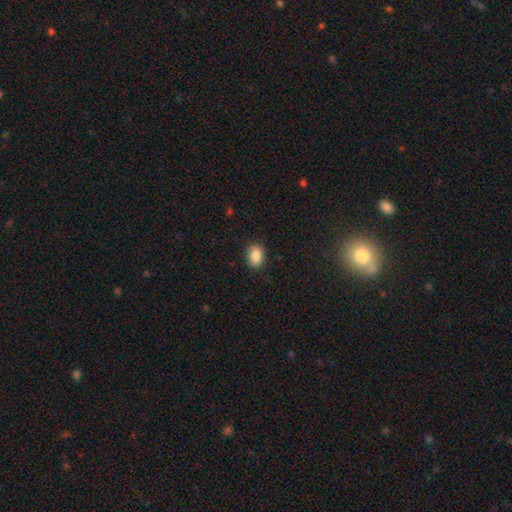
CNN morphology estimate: The model was most divided on "how rounded": in between: 66%, round: 33%, cigar-shaped: 1%. More confident: merging — none (89%); smooth or featured — smooth (87%).